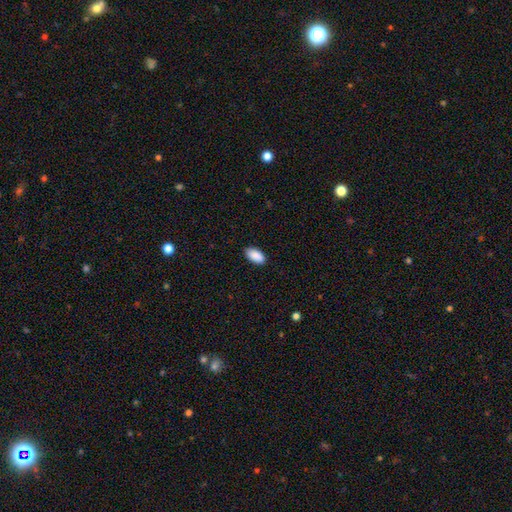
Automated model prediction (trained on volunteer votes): smooth_or_featured: smooth (p=0.90) [alt: star or artifact p=0.06]
how_rounded: in between (p=0.95) [alt: cigar-shaped p=0.03]
merging: none (p=0.88) [alt: minor disturbance p=0.09]